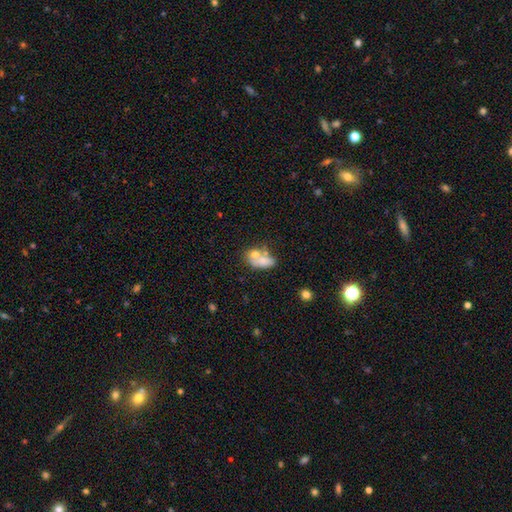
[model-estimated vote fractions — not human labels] Smooth or featured? smooth (61%)
How rounded? in between (76%)
Merging? merger (46%)